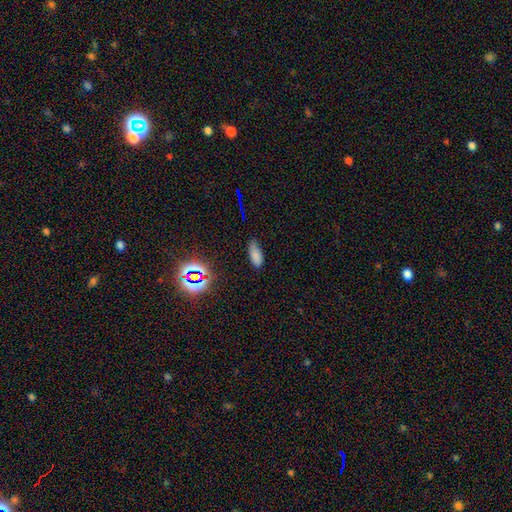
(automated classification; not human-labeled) smooth 74%, star or artifact 17%, featured or disk 9%. Down the decision tree: how rounded — in between (77%); merging — none (64%).